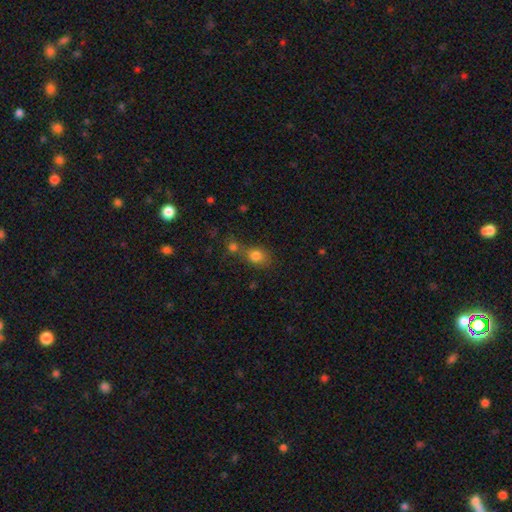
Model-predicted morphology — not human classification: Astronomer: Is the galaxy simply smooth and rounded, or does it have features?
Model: smooth — 78%.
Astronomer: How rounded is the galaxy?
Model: round — 56% (runner-up: in between, 43%).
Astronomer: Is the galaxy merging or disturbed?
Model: none — 47% (runner-up: merger, 37%).